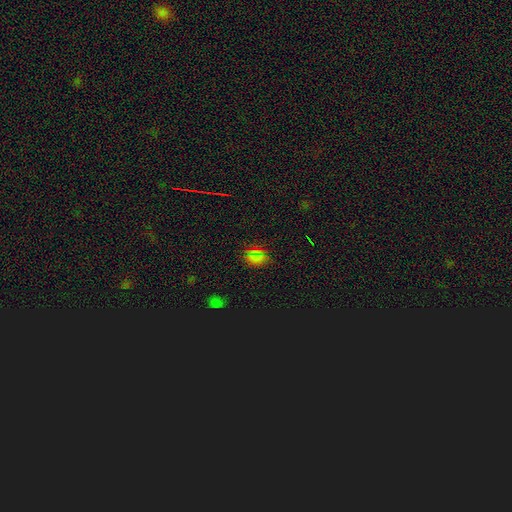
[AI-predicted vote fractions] smooth-or-featured: smooth: 62% | star or artifact: 32% | featured or disk: 6%
  how-rounded: in between: 53% | round: 43% | cigar-shaped: 4%
  merging: none: 84% | minor disturbance: 11% | major disturbance: 4% | merger: 2%